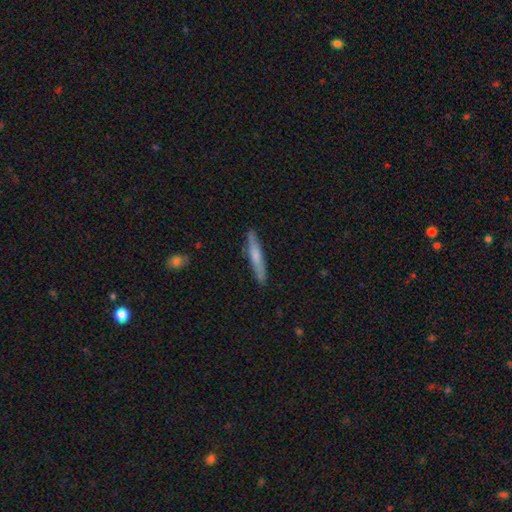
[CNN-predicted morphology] Smooth or featured?
  - smooth: 59% *
  - featured or disk: 35%
  - star or artifact: 5%
How rounded?
  - cigar-shaped: 94% *
  - in between: 5%
  - round: 1%
Merging?
  - none: 88% *
  - minor disturbance: 9%
  - major disturbance: 2%
  - merger: 1%